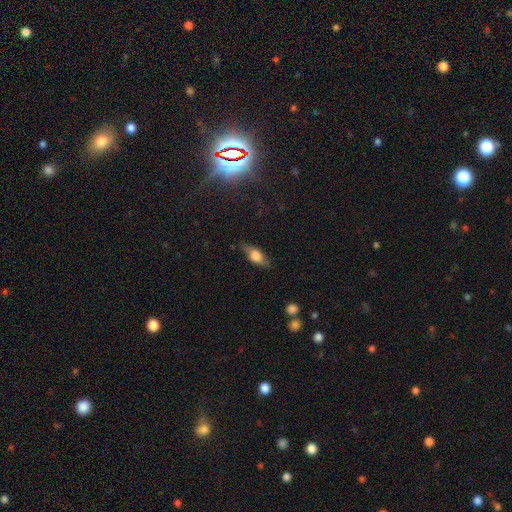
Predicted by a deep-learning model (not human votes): Smooth or featured? Predicted: smooth (p=0.59). How rounded? Predicted: in between (p=0.71). Merging? Predicted: none (p=0.78).